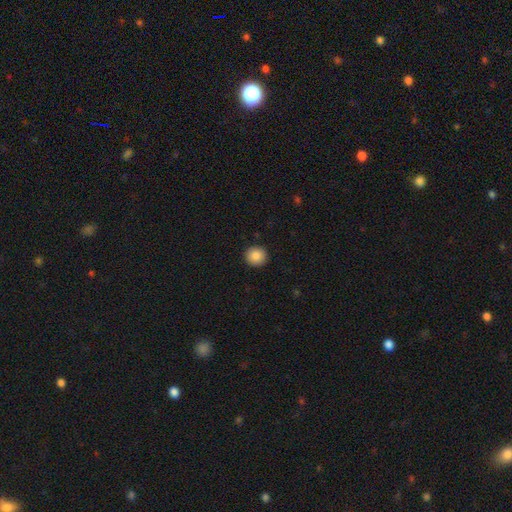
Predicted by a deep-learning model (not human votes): Overall: smooth (86%). How rounded: round (93%). Merging: none (92%).